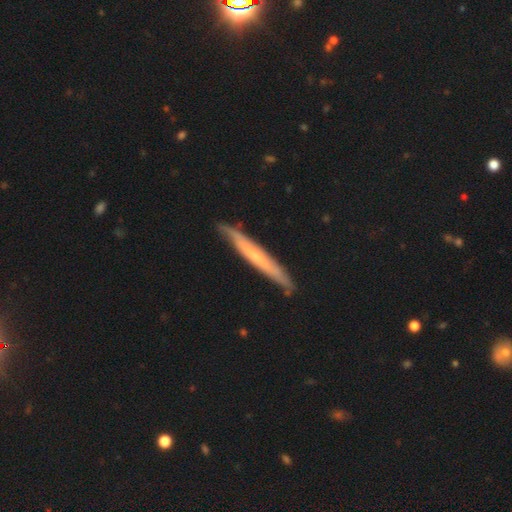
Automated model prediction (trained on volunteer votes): Q: Smooth or featured?
A: featured or disk (61%); runner-up: smooth (34%)
Q: Edge-on disk?
A: yes (87%); runner-up: no (13%)
Q: Edge-on bulge?
A: none (58%); runner-up: rounded (38%)
Q: Merging?
A: none (83%); runner-up: minor disturbance (13%)